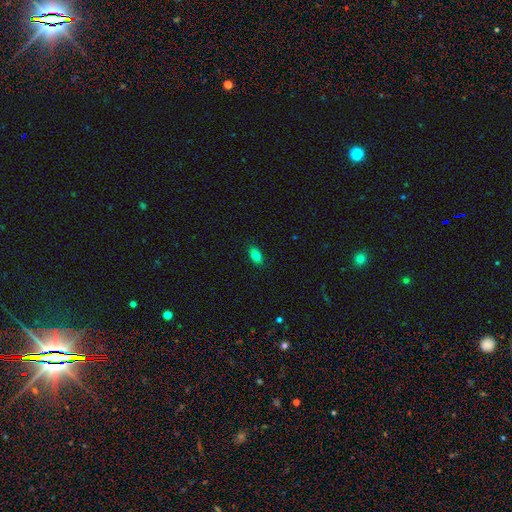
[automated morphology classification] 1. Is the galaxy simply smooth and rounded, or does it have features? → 80% smooth, 10% star or artifact, 10% featured or disk.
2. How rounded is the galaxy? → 89% in between, 7% round, 4% cigar-shaped.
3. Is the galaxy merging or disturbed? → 87% none, 10% minor disturbance, 2% major disturbance, 1% merger.